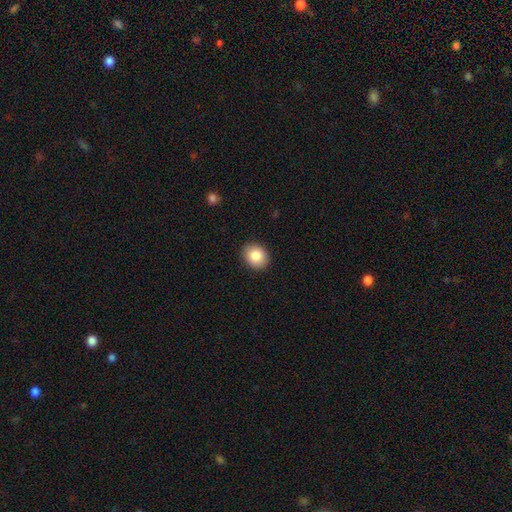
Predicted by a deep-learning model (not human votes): The model was most divided on "how rounded": in between: 50%, round: 49%, cigar-shaped: 1%. More confident: merging — none (89%); smooth or featured — smooth (86%).